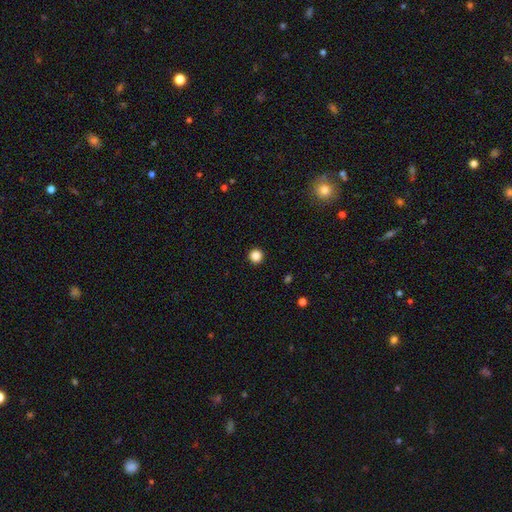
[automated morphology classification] A smooth galaxy with no disk features (86%) that is round (96%). Merging: none (93%).